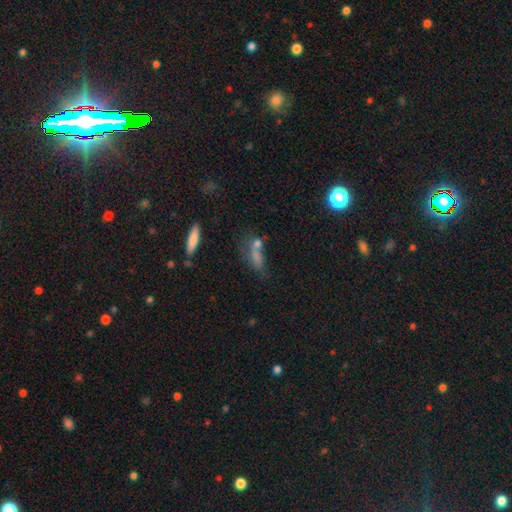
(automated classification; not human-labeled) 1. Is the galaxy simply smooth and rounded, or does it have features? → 57% smooth, 23% star or artifact, 20% featured or disk.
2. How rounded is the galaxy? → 55% in between, 32% cigar-shaped, 13% round.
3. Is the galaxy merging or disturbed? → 42% none, 30% merger, 15% minor disturbance, 12% major disturbance.